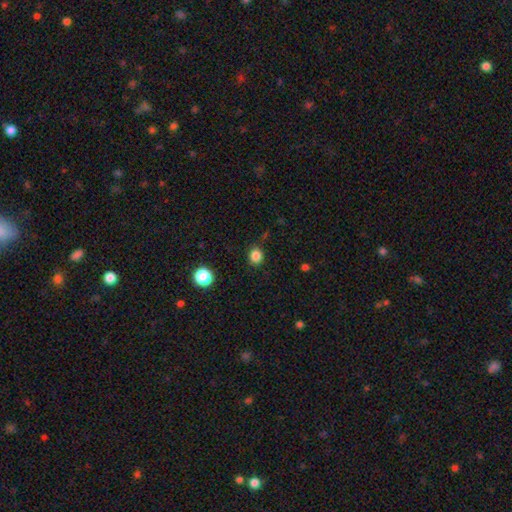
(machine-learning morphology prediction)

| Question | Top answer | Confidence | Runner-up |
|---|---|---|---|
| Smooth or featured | smooth | 84% | star or artifact (12%) |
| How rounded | round | 77% | in between (22%) |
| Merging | none | 84% | minor disturbance (11%) |